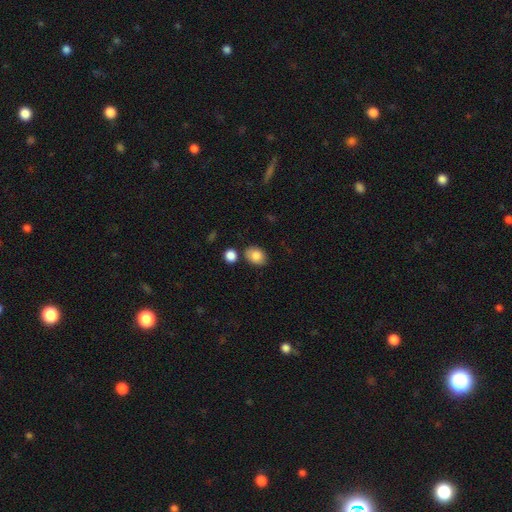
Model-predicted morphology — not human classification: Smooth or featured? Predicted: smooth (p=0.84). How rounded? Predicted: in between (p=0.64). Merging? Predicted: none (p=0.78).